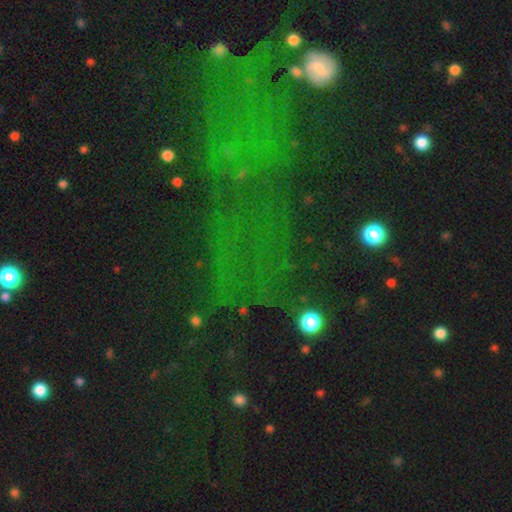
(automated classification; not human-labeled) A star or artifact, not a galaxy (61%).